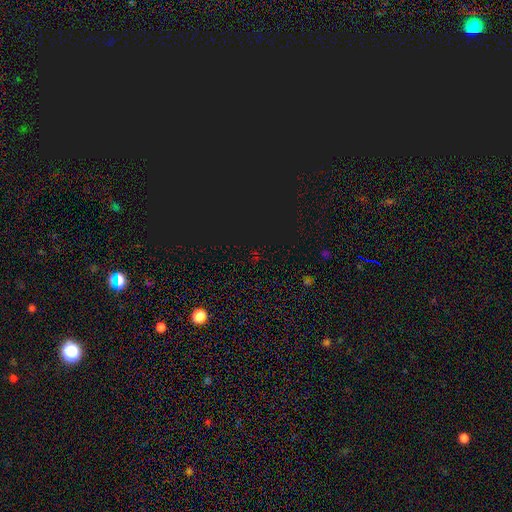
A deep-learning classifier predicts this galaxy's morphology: A star or artifact, not a galaxy (76%).

Vote fractions:
- Smooth or featured? star or artifact: 76% / smooth: 17% / featured or disk: 7%